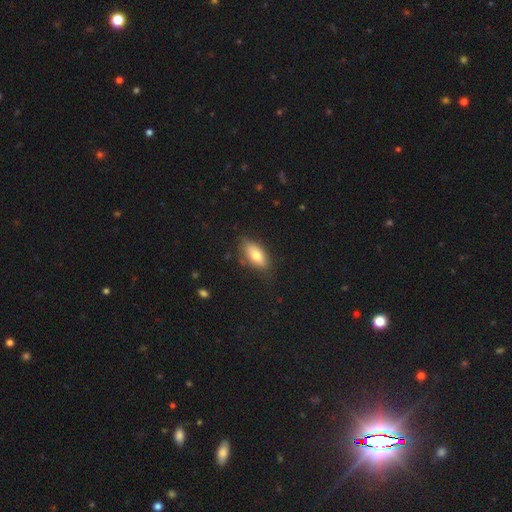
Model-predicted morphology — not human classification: smooth-or-featured: smooth: 75% | featured or disk: 17% | star or artifact: 7%
  how-rounded: in between: 88% | cigar-shaped: 8% | round: 4%
  merging: none: 73% | minor disturbance: 20% | major disturbance: 5% | merger: 2%